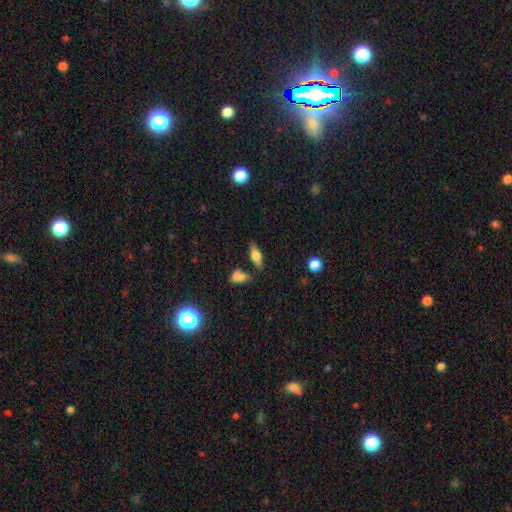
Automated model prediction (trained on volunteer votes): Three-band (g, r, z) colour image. It shows a smooth galaxy with no disk features (57%) that is in between round and cigar-shaped (67%). Merging: none (74%).